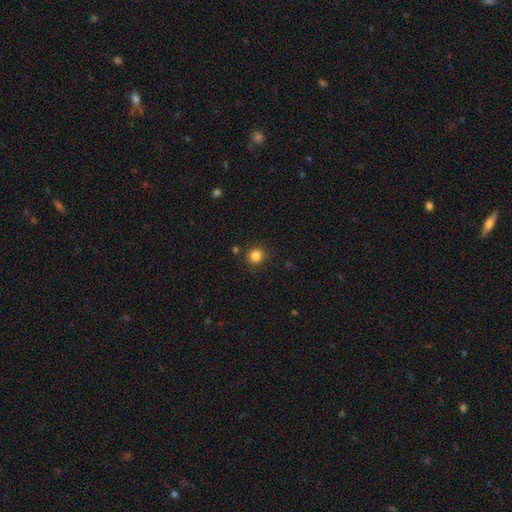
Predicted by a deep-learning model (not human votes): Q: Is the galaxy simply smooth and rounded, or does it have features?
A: smooth — 84%.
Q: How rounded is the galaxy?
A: round — 89%.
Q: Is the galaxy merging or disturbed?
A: none — 88%.